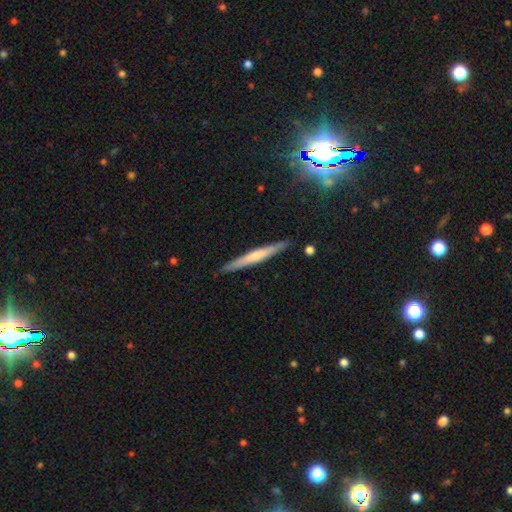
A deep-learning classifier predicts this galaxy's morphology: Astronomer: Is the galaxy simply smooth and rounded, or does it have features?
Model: smooth — 50% (runner-up: featured or disk, 44%).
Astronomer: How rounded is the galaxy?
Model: cigar-shaped — 96%.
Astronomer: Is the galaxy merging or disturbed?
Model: none — 89%.